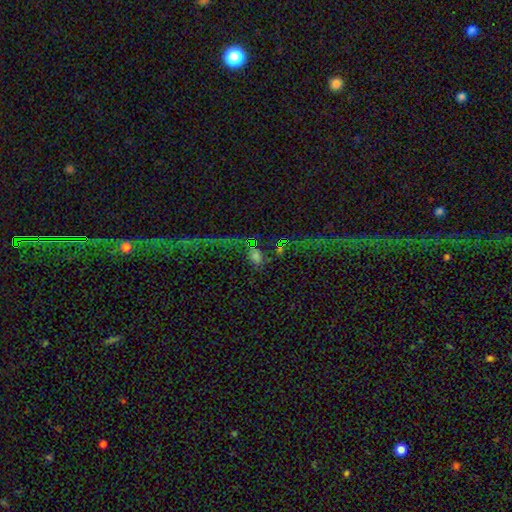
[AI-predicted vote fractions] smooth-or-featured: star or artifact: 45% | smooth: 40% | featured or disk: 15%